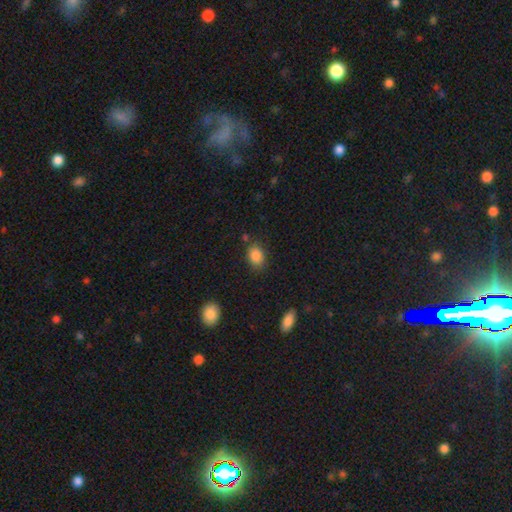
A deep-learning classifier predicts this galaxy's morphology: Smooth or featured: smooth — 87% (star or artifact — 9%)
How rounded: in between — 71% (round — 28%)
Merging: none — 78% (minor disturbance — 15%)